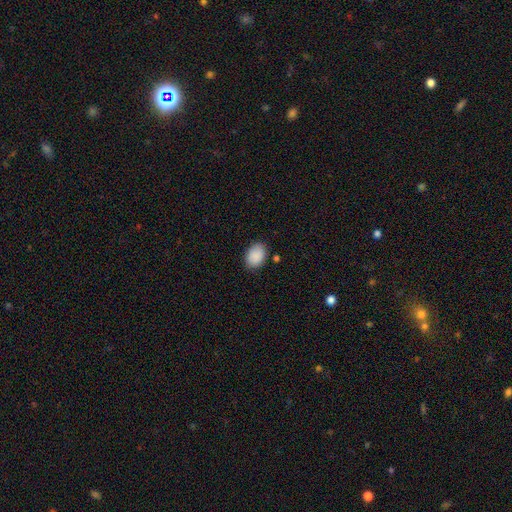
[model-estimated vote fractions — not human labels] Smooth or featured? Predicted: smooth (p=0.90). How rounded? Predicted: in between (p=0.81). Merging? Predicted: none (p=0.84).